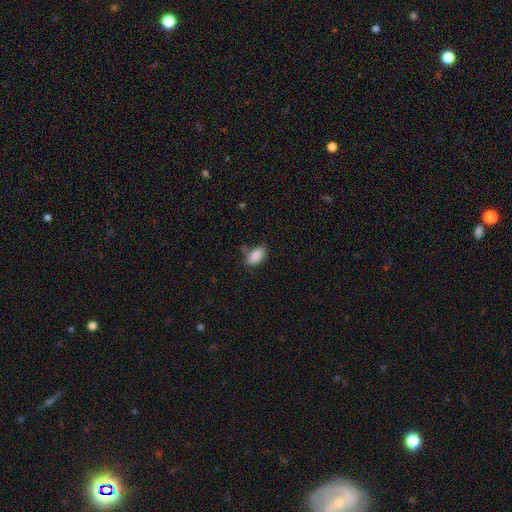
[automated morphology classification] A smooth galaxy with no disk features (89%) that is in between round and cigar-shaped (93%). Merging: none (76%).